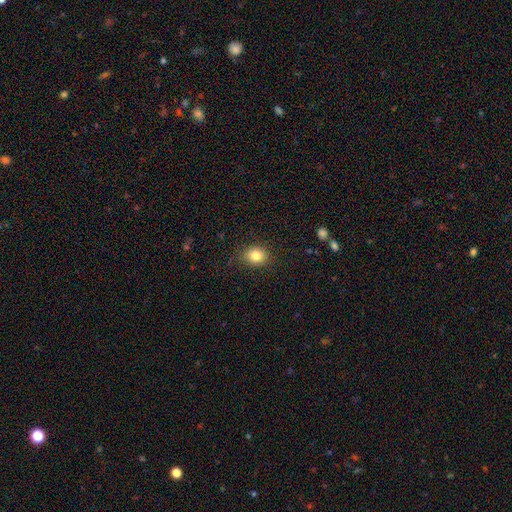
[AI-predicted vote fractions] This is clearly a smooth galaxy (83%). How rounded: possibly round (58%). Merging: clearly none (83%).